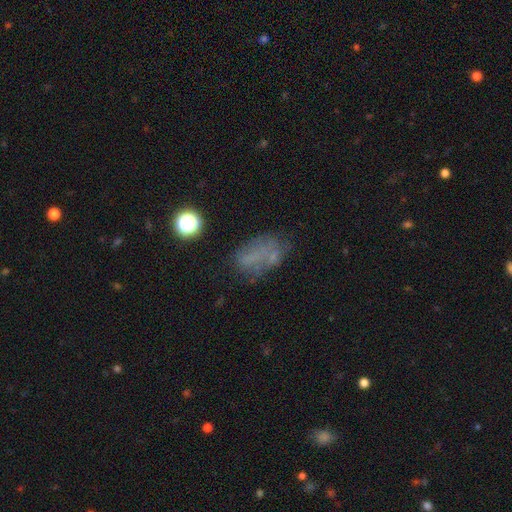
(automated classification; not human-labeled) This appears to be a smooth galaxy with no disk features (44%). Merging: none (48%).